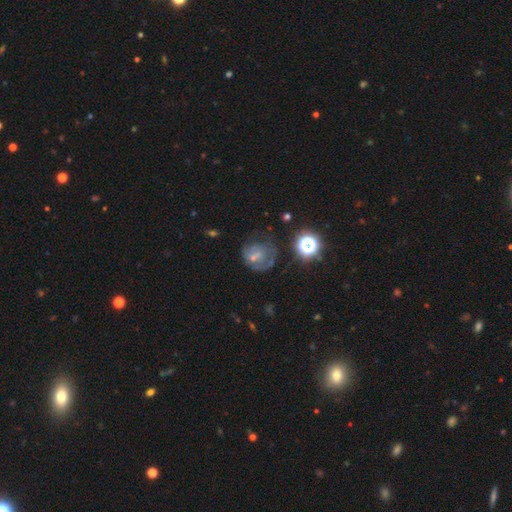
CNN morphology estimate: The model was most divided on "smooth or featured": smooth: 44%, featured or disk: 39%, star or artifact: 16%. Remaining: merging — none (43%).